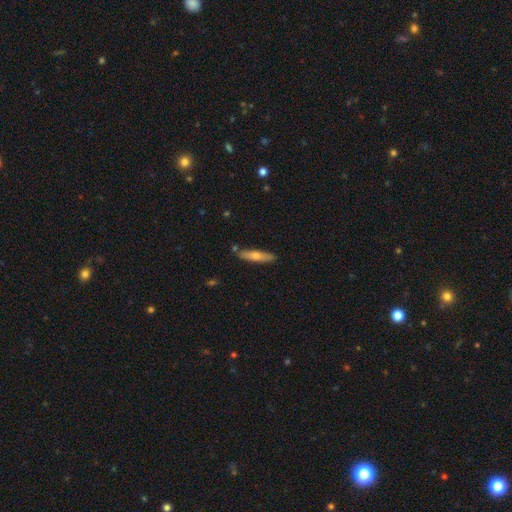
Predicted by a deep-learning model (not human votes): Smooth or featured: smooth — 57% (featured or disk — 37%)
How rounded: cigar-shaped — 82% (in between — 16%)
Merging: none — 83% (minor disturbance — 11%)